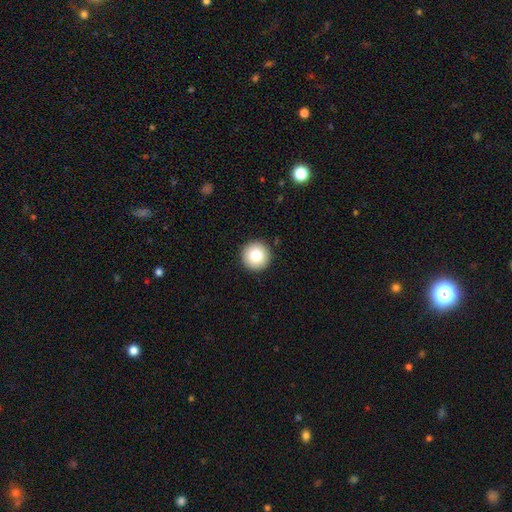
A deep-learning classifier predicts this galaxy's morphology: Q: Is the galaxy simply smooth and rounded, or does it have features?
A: smooth — 83%.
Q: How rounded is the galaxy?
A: round — 97%.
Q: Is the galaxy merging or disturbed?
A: none — 93%.